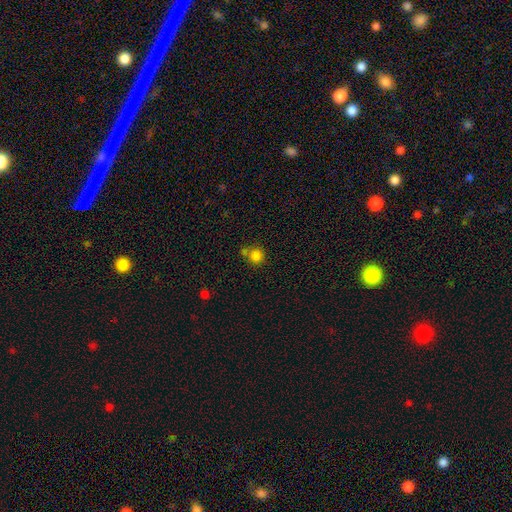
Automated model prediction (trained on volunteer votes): A smooth galaxy with no disk features (82%) that is round (90%).

Vote fractions:
- Smooth or featured? smooth: 82% / star or artifact: 12% / featured or disk: 6%
- How rounded? round: 90% / in between: 9% / cigar-shaped: 1%
- Merging? none: 59% / merger: 26% / minor disturbance: 11% / major disturbance: 4%